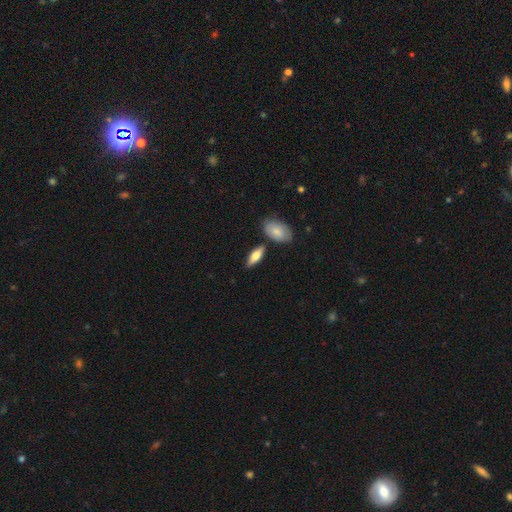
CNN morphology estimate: This is likely a smooth galaxy (65%). How rounded: likely in between (67%). Merging: likely none (76%).